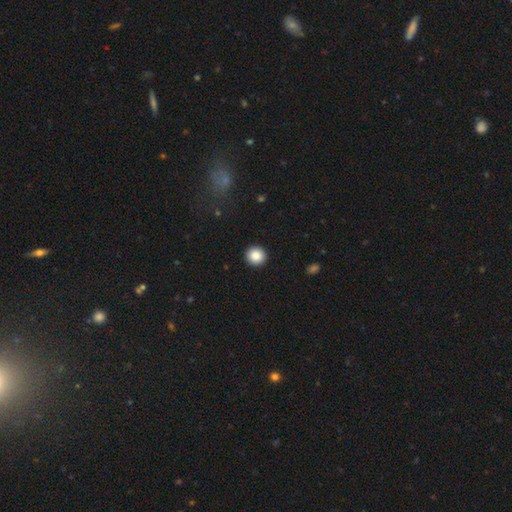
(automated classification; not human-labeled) Smooth or featured: smooth — 87% (star or artifact — 9%)
How rounded: round — 94% (in between — 5%)
Merging: none — 93% (minor disturbance — 5%)